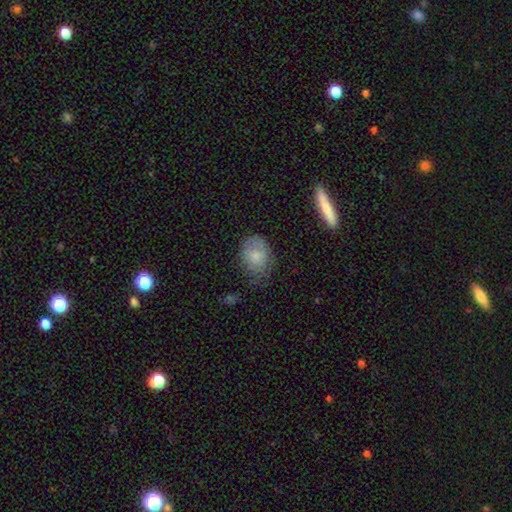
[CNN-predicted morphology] The model was most divided on "how rounded": in between: 60%, round: 39%, cigar-shaped: 1%. More confident: smooth or featured — smooth (74%); merging — none (58%).